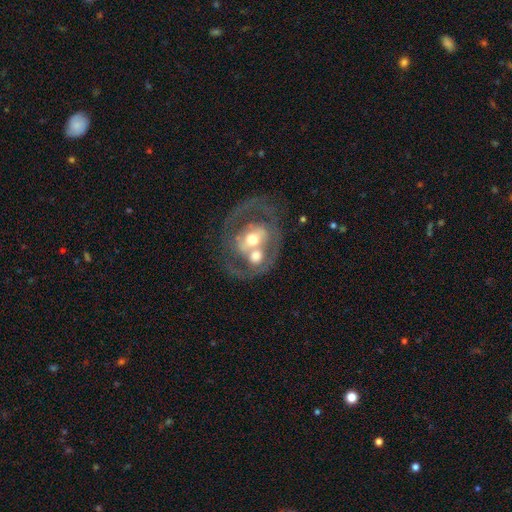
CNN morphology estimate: Q: Smooth or featured?
A: featured or disk (67%); runner-up: smooth (26%)
Q: Edge-on disk?
A: no (95%); runner-up: yes (5%)
Q: Bar?
A: no (59%); runner-up: weak (24%)
Q: Spiral arms?
A: no (64%); runner-up: yes (36%)
Q: Bulge size?
A: moderate (69%); runner-up: large (15%)
Q: Merging?
A: merger (41%); runner-up: none (35%)